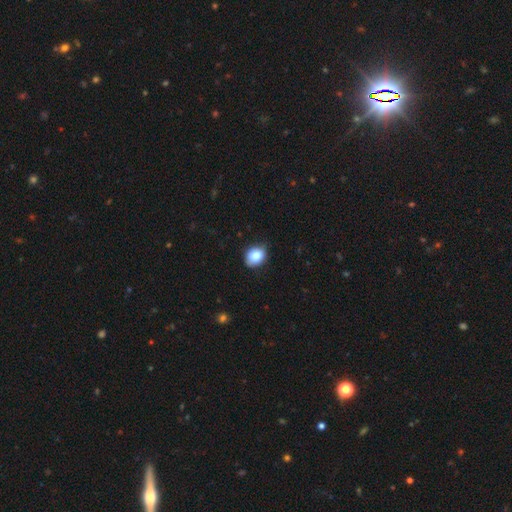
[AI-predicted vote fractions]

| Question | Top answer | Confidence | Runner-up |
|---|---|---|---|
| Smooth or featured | smooth | 84% | star or artifact (8%) |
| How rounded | in between | 55% | round (44%) |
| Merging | none | 74% | minor disturbance (22%) |